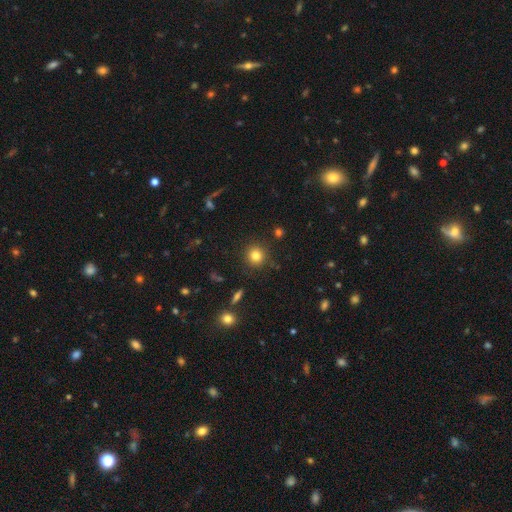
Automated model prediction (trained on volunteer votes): Overall: smooth (82%). How rounded: round (92%). Merging: none (89%).